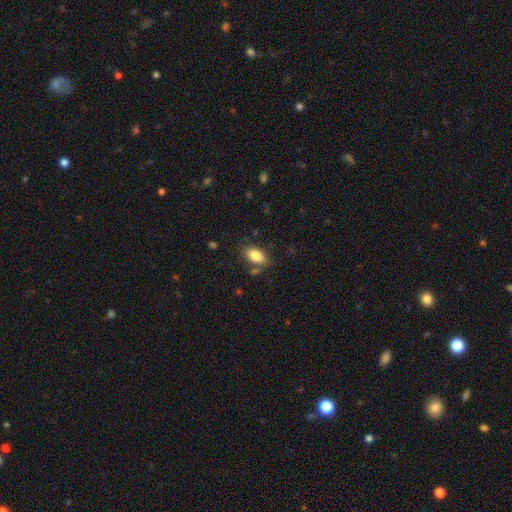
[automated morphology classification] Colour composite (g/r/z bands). It shows a smooth galaxy with no disk features (84%) that is in between round and cigar-shaped (91%). Merging: none (76%).